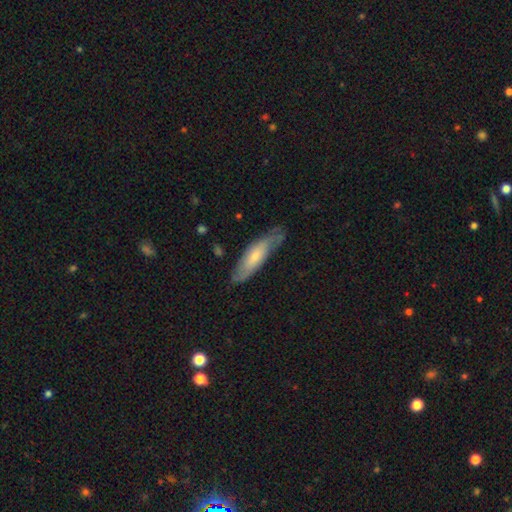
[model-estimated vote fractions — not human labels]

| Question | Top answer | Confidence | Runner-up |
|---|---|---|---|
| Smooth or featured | smooth | 49% | featured or disk (46%) |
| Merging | none | 72% | minor disturbance (21%) |